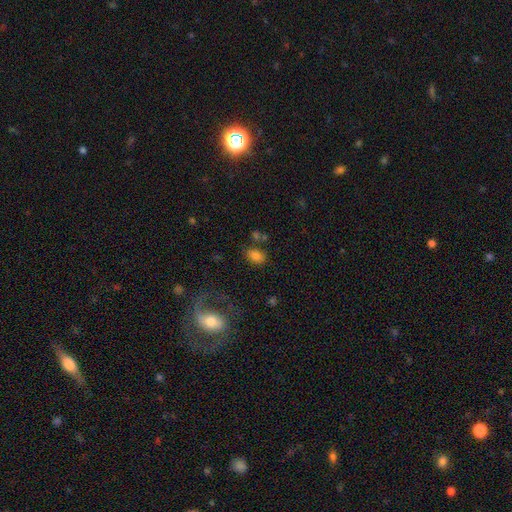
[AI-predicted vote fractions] This appears to be a smooth galaxy with no disk features (79%) that is in between round and cigar-shaped (83%). Merging: none (71%).